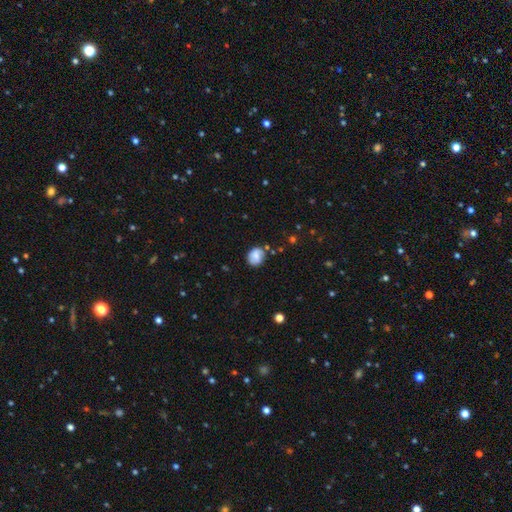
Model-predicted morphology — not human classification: This appears to be a smooth galaxy with no disk features (70%) that is round (62%). Merging: none (72%).